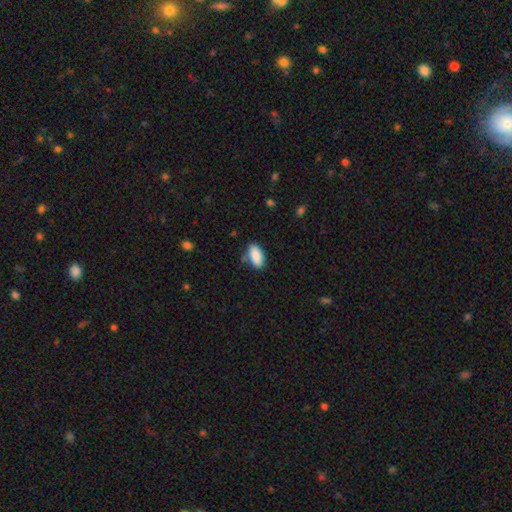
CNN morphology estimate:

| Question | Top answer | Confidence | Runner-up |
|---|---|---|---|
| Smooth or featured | smooth | 89% | star or artifact (6%) |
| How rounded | in between | 92% | cigar-shaped (5%) |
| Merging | none | 80% | minor disturbance (13%) |